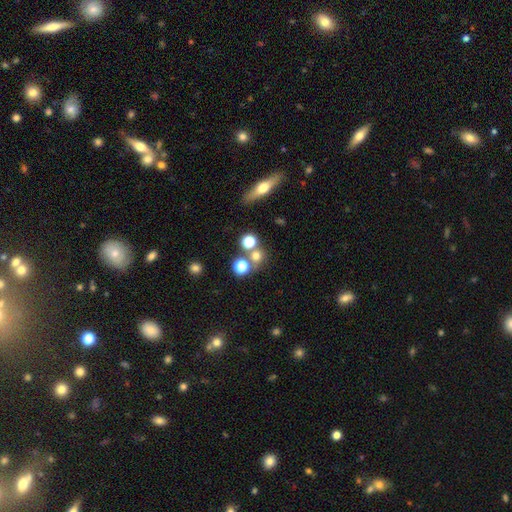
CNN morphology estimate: Smooth or featured? smooth (65%)
How rounded? round (85%)
Merging? none (59%)